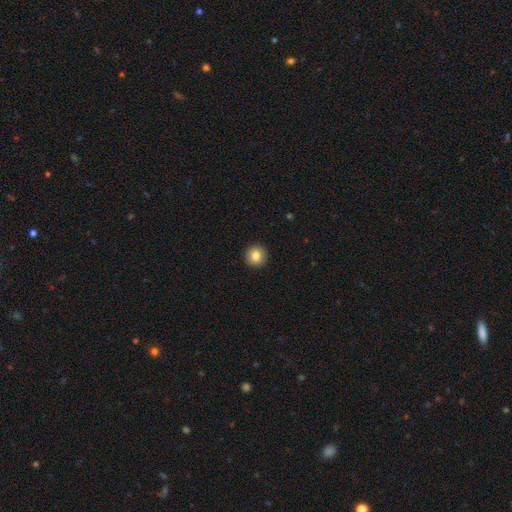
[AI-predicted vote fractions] smooth 83%, star or artifact 9%, featured or disk 8%. Down the decision tree: how rounded — round (96%); merging — none (94%).